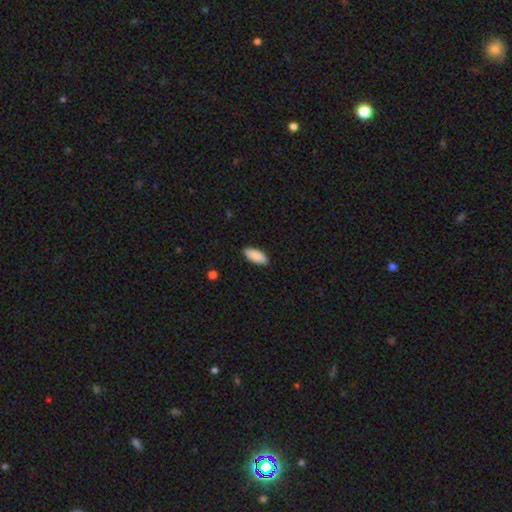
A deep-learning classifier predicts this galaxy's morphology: A smooth galaxy with no disk features (90%) that is in between round and cigar-shaped (86%). Merging: none (89%).